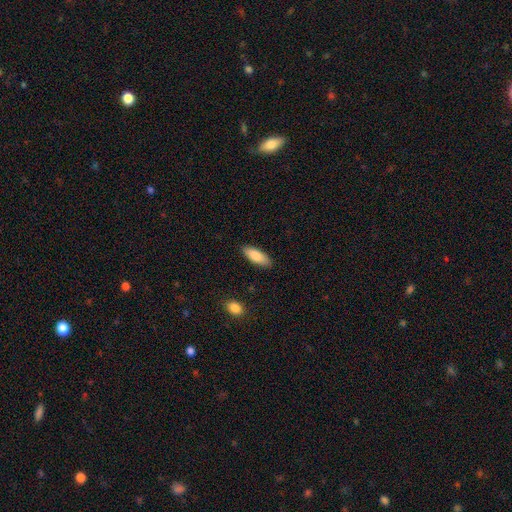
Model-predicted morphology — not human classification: Smooth or featured?
  - smooth: 84% *
  - featured or disk: 10%
  - star or artifact: 6%
How rounded?
  - in between: 71% *
  - cigar-shaped: 27%
  - round: 2%
Merging?
  - none: 87% *
  - minor disturbance: 10%
  - major disturbance: 2%
  - merger: 1%